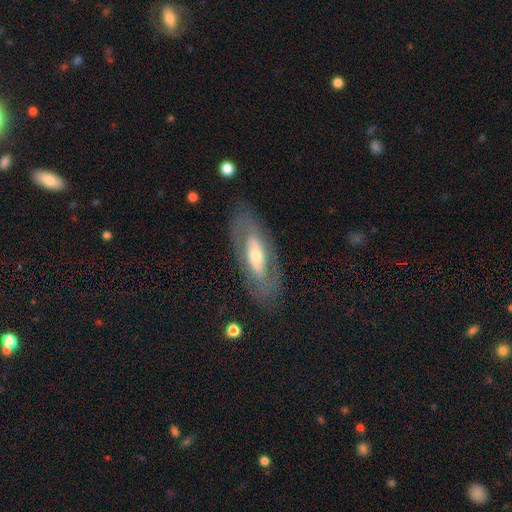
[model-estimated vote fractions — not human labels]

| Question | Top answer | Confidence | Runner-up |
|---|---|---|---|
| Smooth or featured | featured or disk | 63% | smooth (31%) |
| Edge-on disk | no | 80% | yes (20%) |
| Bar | no | 61% | weak (22%) |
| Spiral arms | no | 63% | yes (37%) |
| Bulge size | moderate | 55% | small (32%) |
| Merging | none | 79% | minor disturbance (13%) |